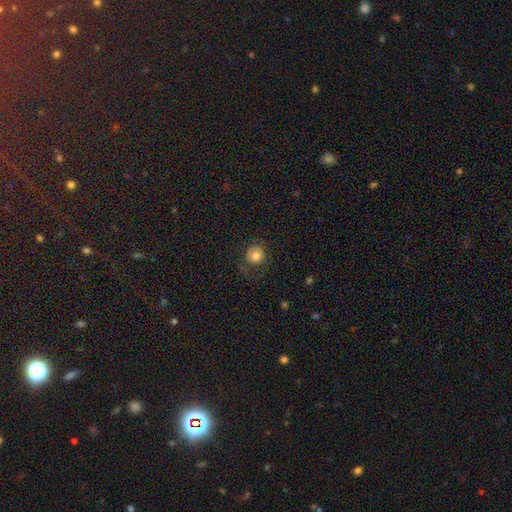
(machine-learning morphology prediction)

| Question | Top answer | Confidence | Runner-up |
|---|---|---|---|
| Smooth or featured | smooth | 74% | featured or disk (16%) |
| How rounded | round | 89% | in between (10%) |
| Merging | none | 71% | minor disturbance (15%) |